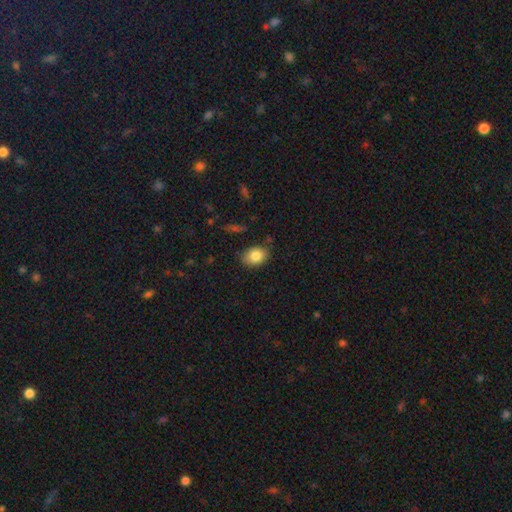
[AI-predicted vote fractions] Morphology: type=smooth (83%); roundness=in between (72%); merging=none (79%).